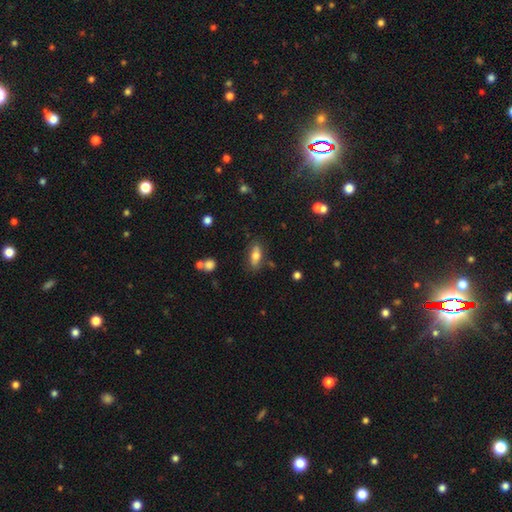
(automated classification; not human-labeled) This is likely a smooth galaxy (70%). How rounded: likely in between (78%). Merging: likely none (78%).